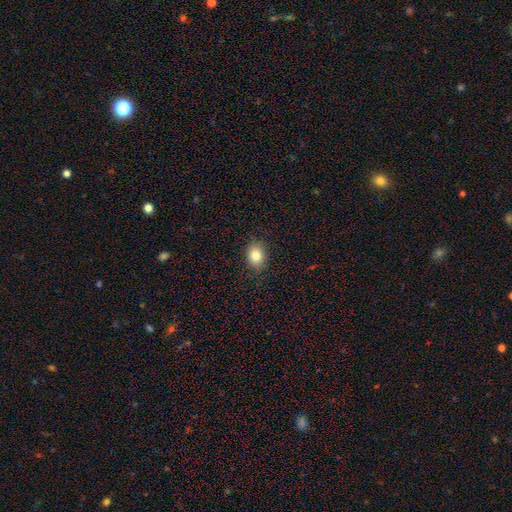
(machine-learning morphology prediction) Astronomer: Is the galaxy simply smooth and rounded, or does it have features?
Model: smooth — 83%.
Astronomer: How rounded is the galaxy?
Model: in between — 56% (runner-up: round, 43%).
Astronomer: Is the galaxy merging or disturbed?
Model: none — 88%.